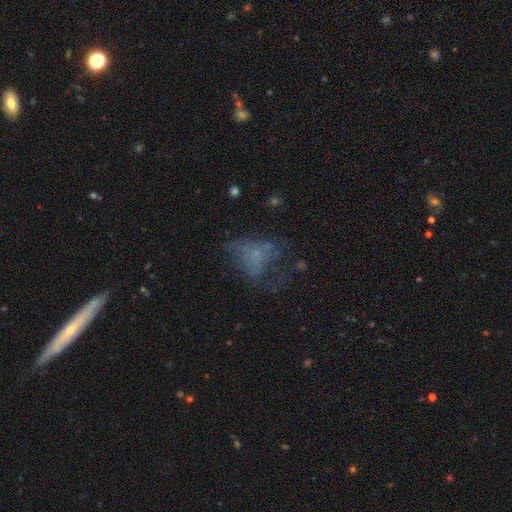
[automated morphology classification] smooth_or_featured: smooth (p=0.43) [alt: featured or disk p=0.36]
merging: major disturbance (p=0.43) [alt: none p=0.31]